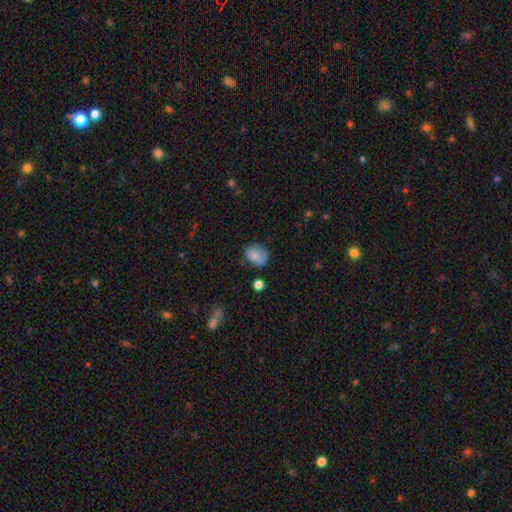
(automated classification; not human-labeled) Overall: smooth (79%). How rounded: in between (56%; round 43%). Merging: none (56%; minor disturbance 30%).